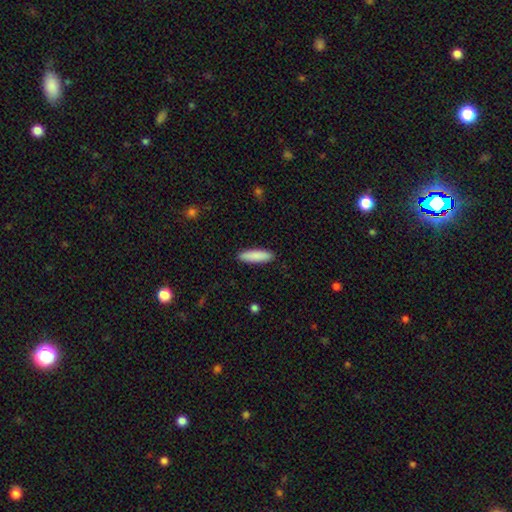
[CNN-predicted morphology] Q: Smooth or featured?
A: smooth (89%); runner-up: featured or disk (6%)
Q: How rounded?
A: cigar-shaped (68%); runner-up: in between (31%)
Q: Merging?
A: none (91%); runner-up: minor disturbance (7%)